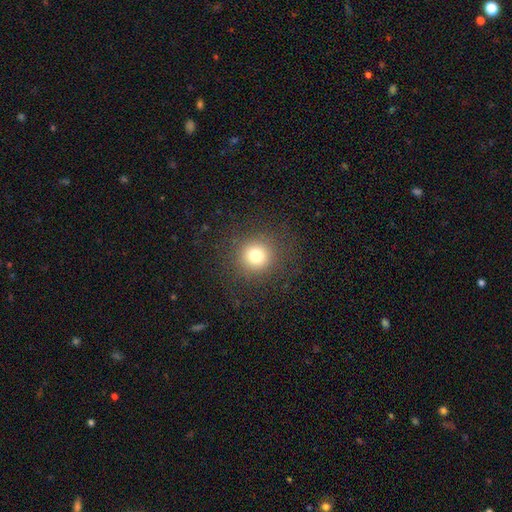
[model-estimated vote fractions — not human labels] smooth_or_featured: smooth (p=0.78) [alt: star or artifact p=0.15]
how_rounded: round (p=0.93) [alt: in between p=0.06]
merging: none (p=0.89) [alt: minor disturbance p=0.07]